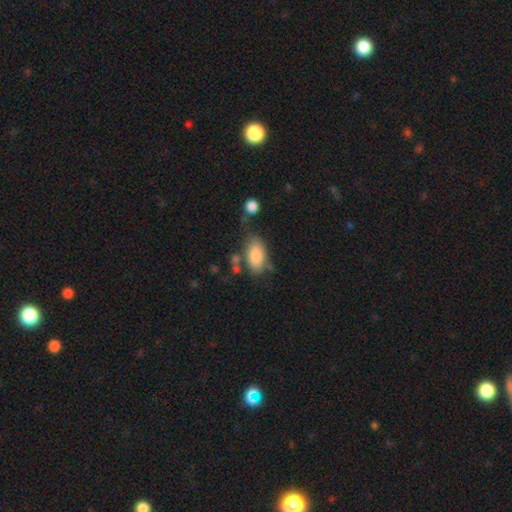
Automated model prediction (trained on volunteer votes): Q: Smooth or featured?
A: smooth (83%); runner-up: featured or disk (10%)
Q: How rounded?
A: in between (92%); runner-up: round (4%)
Q: Merging?
A: none (61%); runner-up: minor disturbance (22%)